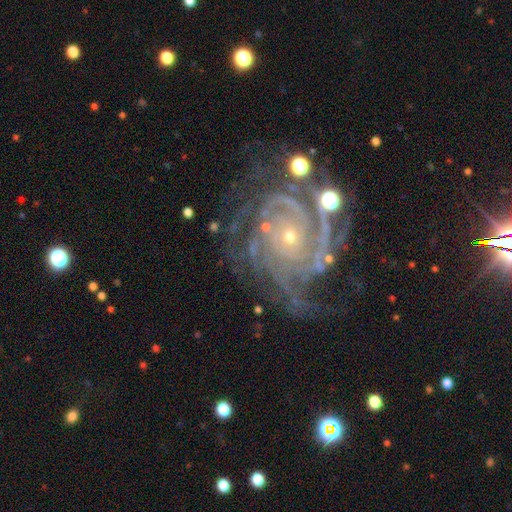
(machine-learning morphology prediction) Smooth or featured? featured or disk (86%)
Edge-on disk? no (97%)
Bar? no (74%)
Spiral arms? yes (98%)
Spiral winding? tight (72%)
Spiral arm count? can't tell (23%)
Bulge size? small (80%)
Merging? none (65%)